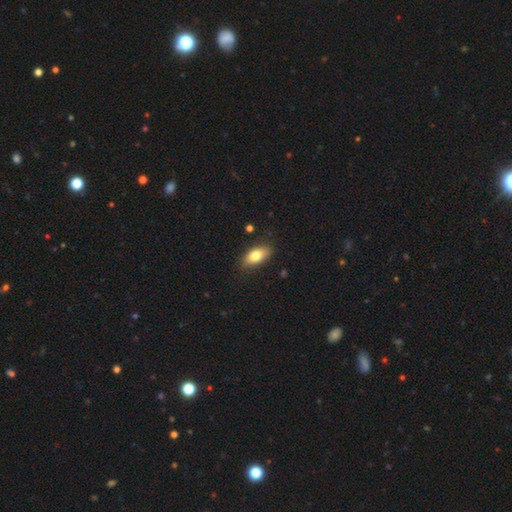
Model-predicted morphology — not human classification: The model was most divided on "smooth or featured": smooth: 78%, featured or disk: 15%, star or artifact: 7%. More confident: how rounded — in between (88%); merging — none (85%).